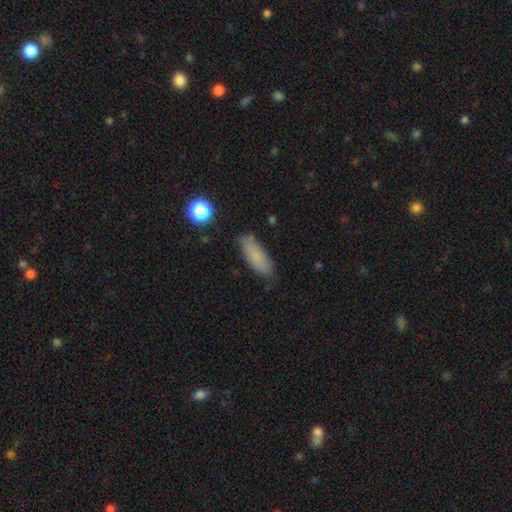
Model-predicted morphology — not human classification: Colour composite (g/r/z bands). It shows a smooth galaxy with no disk features (81%) that is in between round and cigar-shaped (64%). Merging: none (79%).